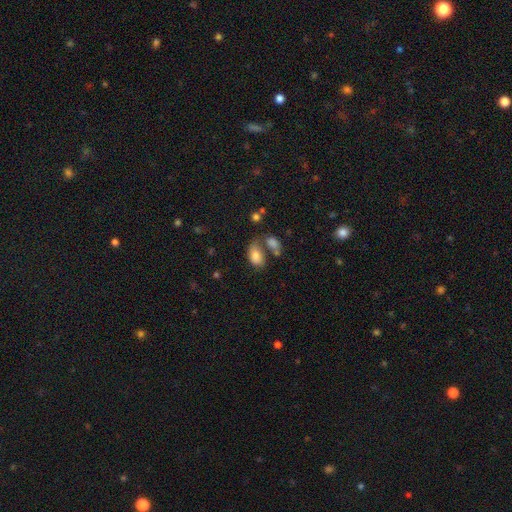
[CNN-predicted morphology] smooth_or_featured: smooth (p=0.78) [alt: featured or disk p=0.13]
how_rounded: in between (p=0.91) [alt: round p=0.08]
merging: none (p=0.35) [tied with: merger p=0.35]